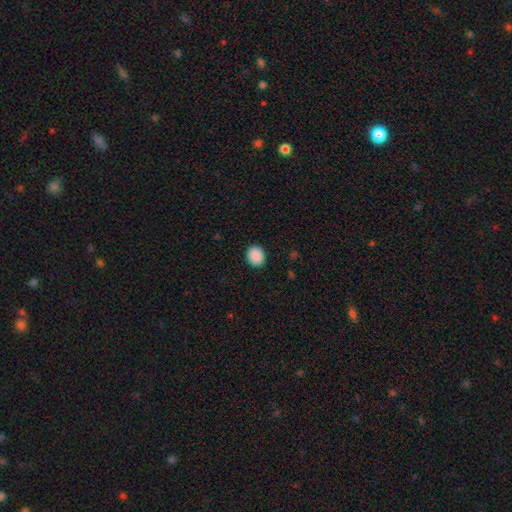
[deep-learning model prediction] This appears to be a smooth galaxy with no disk features (90%) that is round (69%). Merging: none (90%).